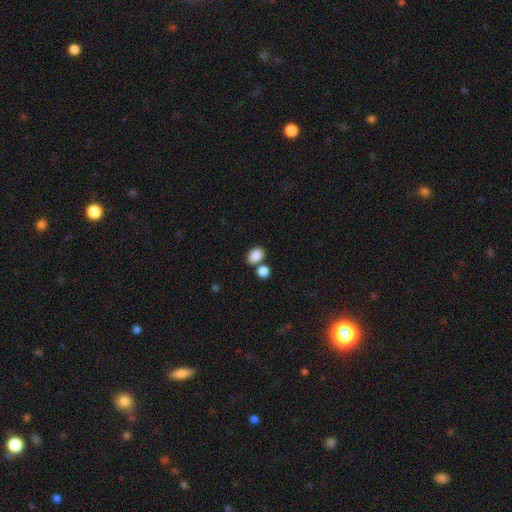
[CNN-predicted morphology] A smooth galaxy with no disk features (86%) that is in between round and cigar-shaped (68%).

Vote fractions:
- Smooth or featured? smooth: 86% / star or artifact: 9% / featured or disk: 5%
- How rounded? in between: 68% / round: 31% / cigar-shaped: 1%
- Merging? none: 62% / merger: 24% / minor disturbance: 11% / major disturbance: 3%